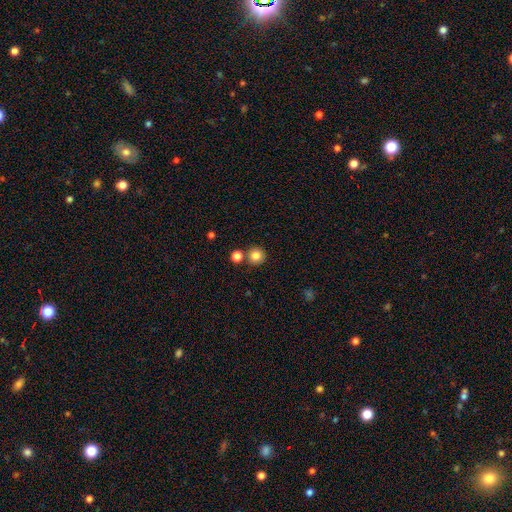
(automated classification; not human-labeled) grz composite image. It shows a smooth galaxy with no disk features (83%) that is round (93%). Merging: none (77%).